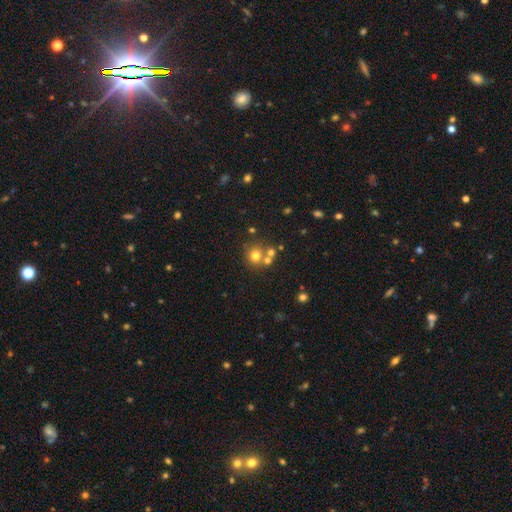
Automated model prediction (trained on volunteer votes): smooth_or_featured: smooth (p=0.70) [alt: star or artifact p=0.17]
how_rounded: round (p=0.87) [alt: in between p=0.12]
merging: none (p=0.58) [alt: merger p=0.29]